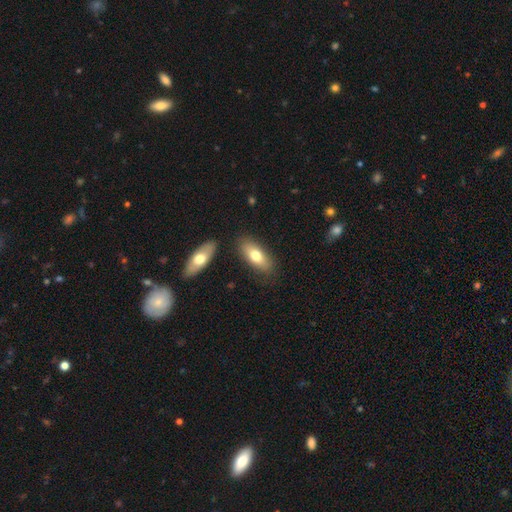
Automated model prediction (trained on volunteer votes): Q: Smooth or featured?
A: smooth (72%); runner-up: featured or disk (22%)
Q: How rounded?
A: in between (79%); runner-up: cigar-shaped (18%)
Q: Merging?
A: none (78%); runner-up: minor disturbance (12%)